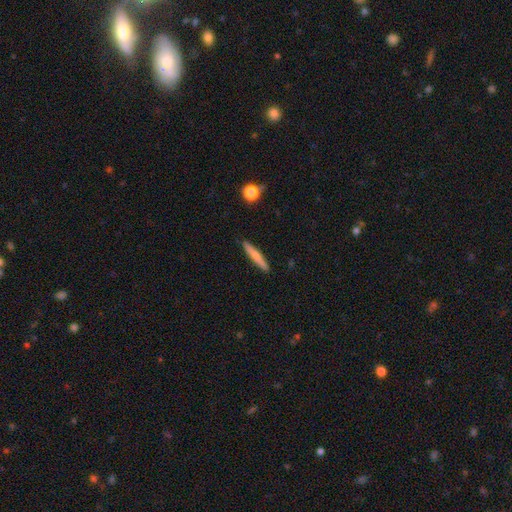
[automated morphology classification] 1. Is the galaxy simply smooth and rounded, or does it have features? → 65% smooth, 28% featured or disk, 6% star or artifact.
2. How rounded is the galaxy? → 94% cigar-shaped, 4% in between, 2% round.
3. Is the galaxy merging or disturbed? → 90% none, 7% minor disturbance, 2% major disturbance, 1% merger.